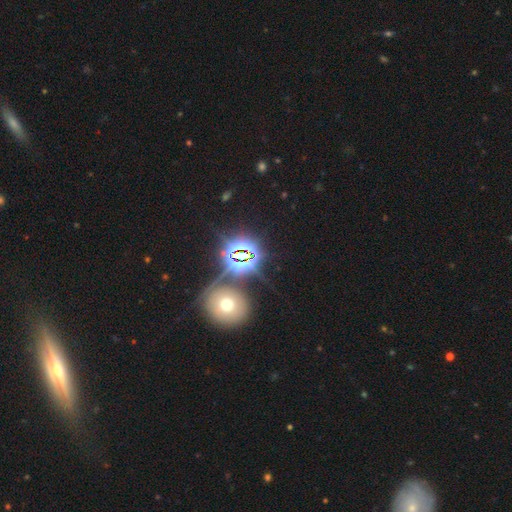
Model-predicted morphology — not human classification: smooth-or-featured: star or artifact: 74% | smooth: 15% | featured or disk: 11%